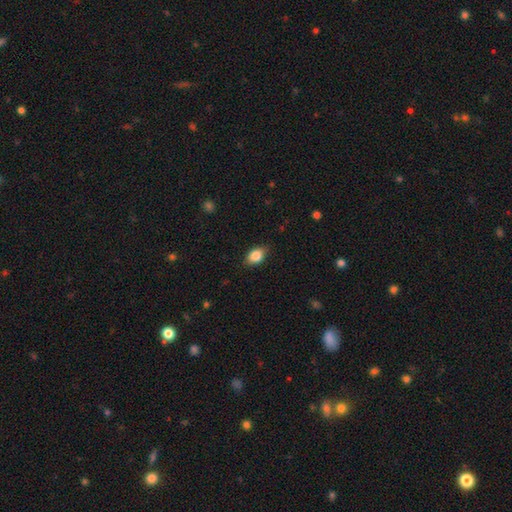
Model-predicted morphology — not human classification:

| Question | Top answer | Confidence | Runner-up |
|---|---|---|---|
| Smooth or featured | smooth | 85% | star or artifact (8%) |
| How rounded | in between | 82% | round (16%) |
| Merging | none | 82% | minor disturbance (14%) |